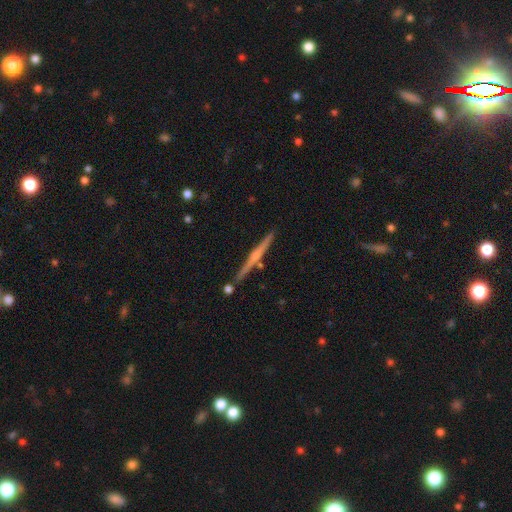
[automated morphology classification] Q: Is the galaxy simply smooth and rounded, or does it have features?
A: featured or disk — 69%.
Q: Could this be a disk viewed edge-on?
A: yes — 98%.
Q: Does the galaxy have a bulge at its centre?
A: rounded — 59%.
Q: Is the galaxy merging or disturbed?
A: none — 85%.